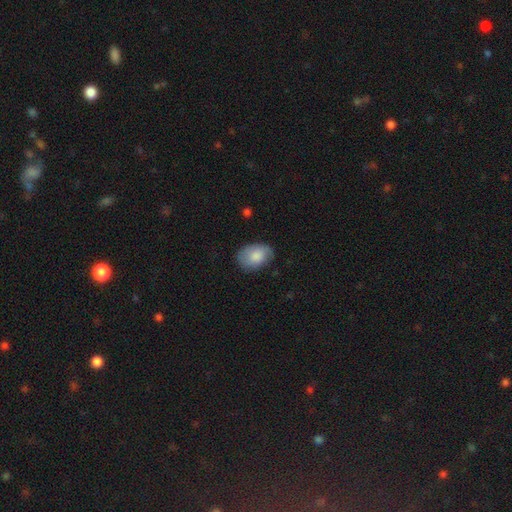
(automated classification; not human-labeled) Smooth or featured: smooth — 79% (featured or disk — 15%)
How rounded: in between — 83% (round — 16%)
Merging: none — 70% (minor disturbance — 23%)